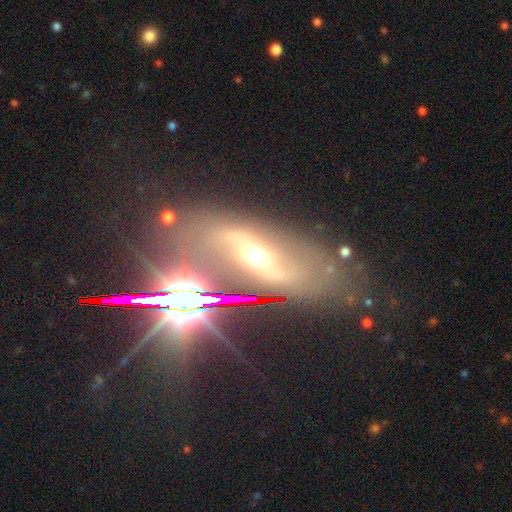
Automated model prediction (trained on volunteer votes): Smooth or featured? Predicted: featured or disk (p=0.61). Edge-on disk? Predicted: no (p=0.82). Bar? Predicted: weak (p=0.34). Spiral arms? Predicted: yes (p=0.69). Bulge size? Predicted: moderate (p=0.65). Merging? Predicted: none (p=0.64).